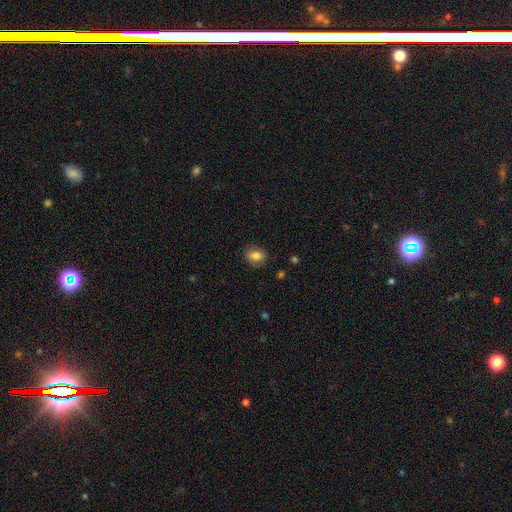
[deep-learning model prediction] This appears to be a smooth galaxy with no disk features (84%) that is in between round and cigar-shaped (67%). Merging: none (78%).